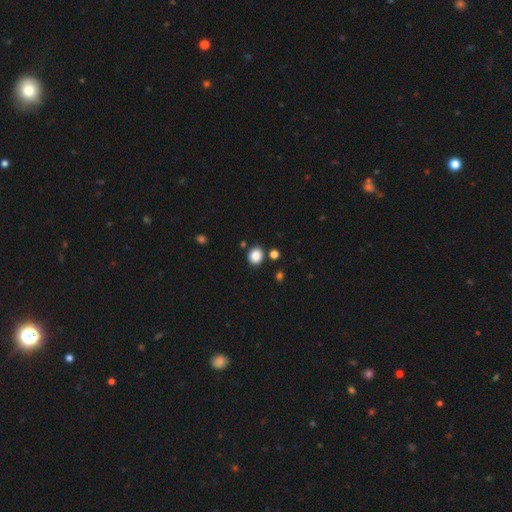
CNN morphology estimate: The model was most divided on "how rounded": round: 76%, in between: 23%, cigar-shaped: 1%. More confident: smooth or featured — smooth (86%); merging — none (84%).